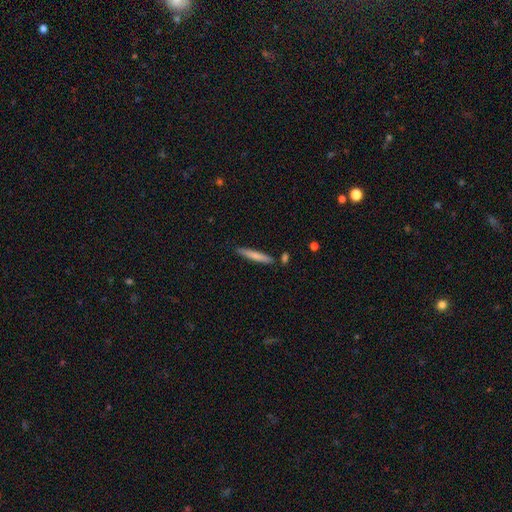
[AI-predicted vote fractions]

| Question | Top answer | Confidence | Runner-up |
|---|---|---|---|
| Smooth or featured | smooth | 74% | featured or disk (21%) |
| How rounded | cigar-shaped | 95% | in between (4%) |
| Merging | none | 85% | minor disturbance (10%) |